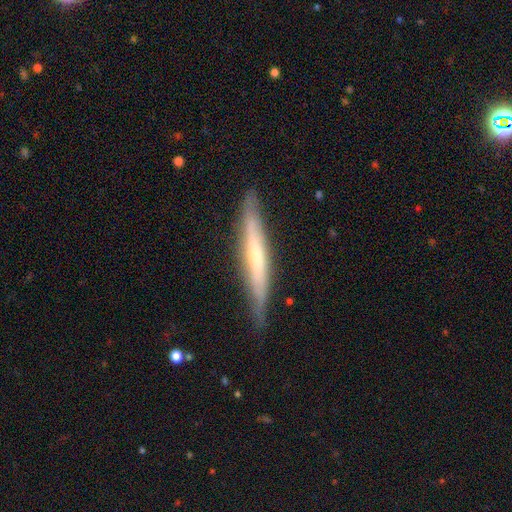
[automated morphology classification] Overall: featured or disk (61%; smooth 33%). Edge-on disk: yes (90%). Edge-on bulge: rounded (50%; none 43%). Merging: none (82%).